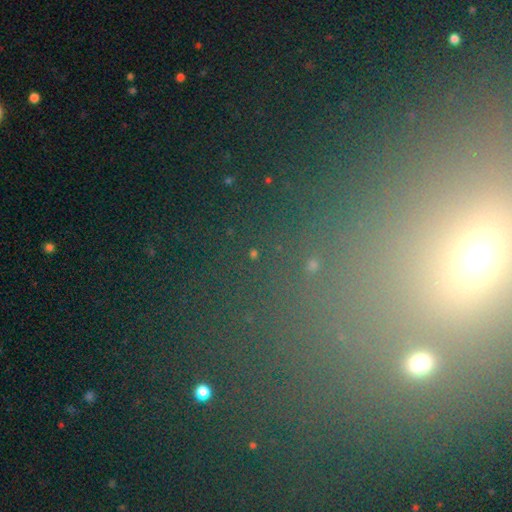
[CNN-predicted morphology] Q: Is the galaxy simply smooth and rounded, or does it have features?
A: star or artifact — 67%.